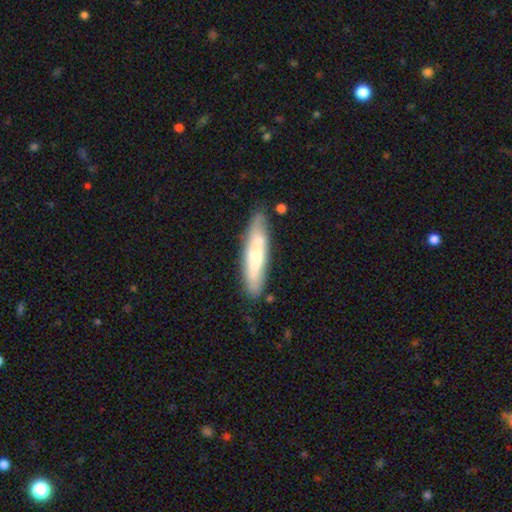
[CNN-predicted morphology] Smooth or featured: smooth — 49% (featured or disk — 43%)
Merging: none — 81% (minor disturbance — 15%)